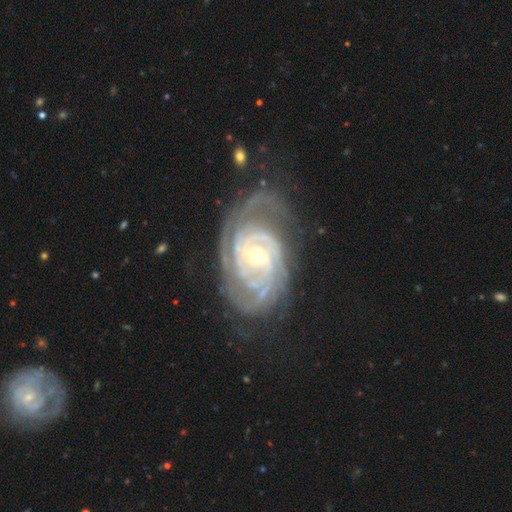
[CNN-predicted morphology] This appears to be a featured or disk galaxy (91%) with no bar (57%), 3 (27%) tight (73%) spiral arms (98%) and a small central bulge (55%). Merging: none (64%).